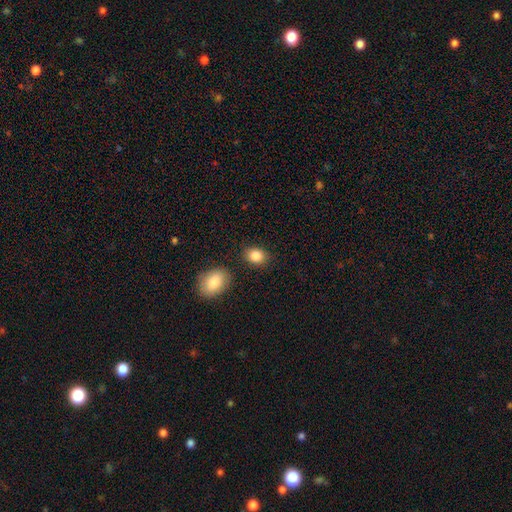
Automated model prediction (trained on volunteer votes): Smooth or featured? smooth (85%)
How rounded? in between (61%)
Merging? none (82%)